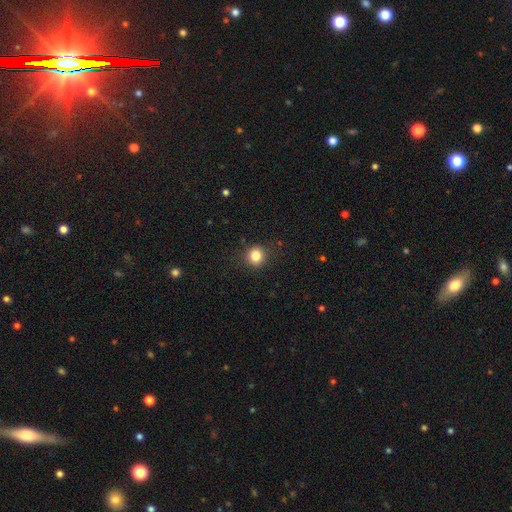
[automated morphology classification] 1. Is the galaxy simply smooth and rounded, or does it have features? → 83% smooth, 12% star or artifact, 5% featured or disk.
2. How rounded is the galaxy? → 87% round, 12% in between, 1% cigar-shaped.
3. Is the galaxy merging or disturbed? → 87% none, 9% minor disturbance, 3% major disturbance, 1% merger.